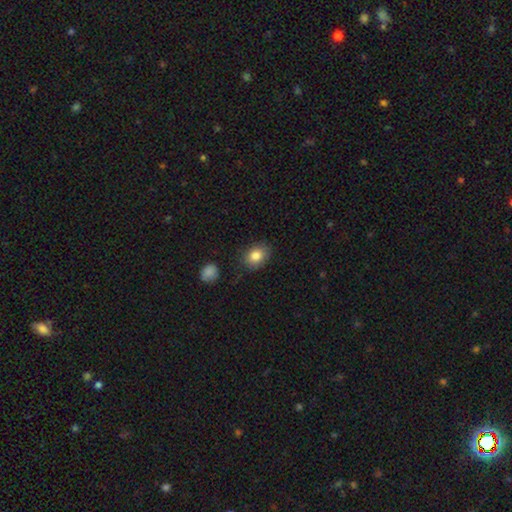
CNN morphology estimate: The model was most divided on "how rounded": in between: 61%, round: 38%, cigar-shaped: 1%. More confident: smooth or featured — smooth (83%); merging — none (81%).